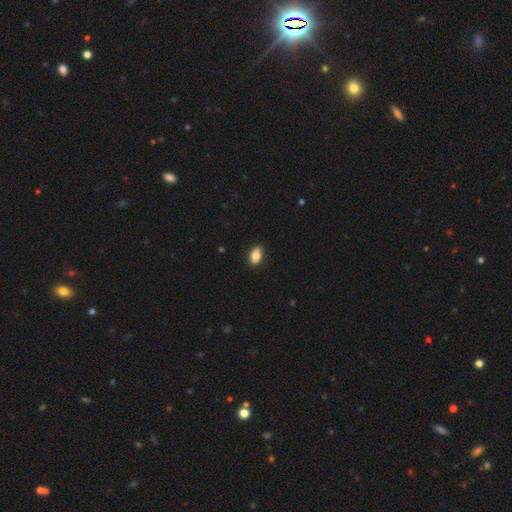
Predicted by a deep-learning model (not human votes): A smooth galaxy with no disk features (83%) that is in between round and cigar-shaped (88%).

Vote fractions:
- Smooth or featured? smooth: 83% / featured or disk: 9% / star or artifact: 8%
- How rounded? in between: 88% / round: 10% / cigar-shaped: 2%
- Merging? none: 86% / minor disturbance: 11% / major disturbance: 2% / merger: 1%